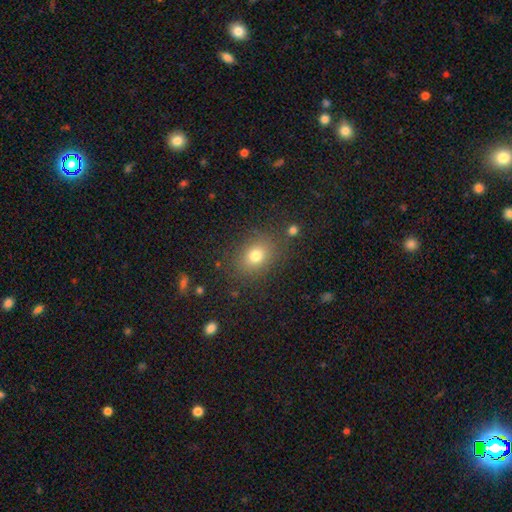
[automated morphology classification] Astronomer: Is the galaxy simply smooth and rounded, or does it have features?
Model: smooth — 77%.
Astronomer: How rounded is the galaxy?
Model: in between — 54% (runner-up: round, 45%).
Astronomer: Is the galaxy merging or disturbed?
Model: none — 81%.